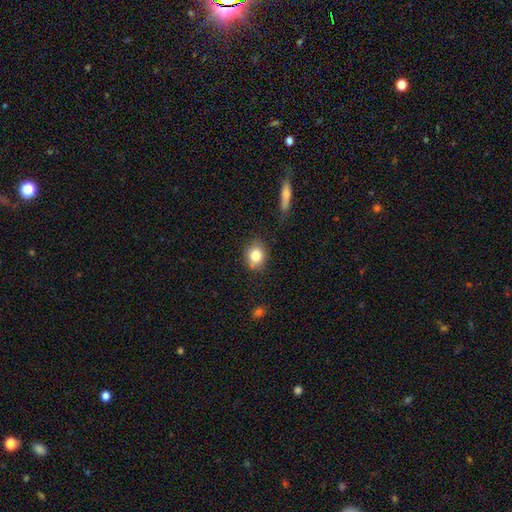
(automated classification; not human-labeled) A smooth galaxy with no disk features (82%) that is round (57%).

Vote fractions:
- Smooth or featured? smooth: 82% / star or artifact: 9% / featured or disk: 9%
- How rounded? round: 57% / in between: 42% / cigar-shaped: 1%
- Merging? none: 76% / minor disturbance: 16% / merger: 4% / major disturbance: 4%